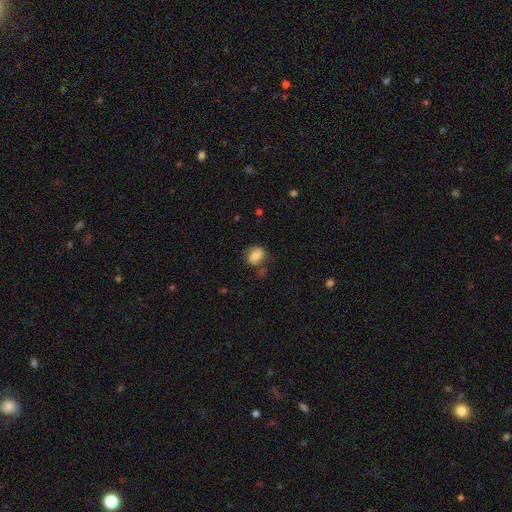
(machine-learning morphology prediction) Smooth or featured?
  - smooth: 68% *
  - featured or disk: 23%
  - star or artifact: 9%
How rounded?
  - in between: 54% *
  - round: 45%
  - cigar-shaped: 1%
Merging?
  - none: 57% *
  - minor disturbance: 26%
  - major disturbance: 12%
  - merger: 6%